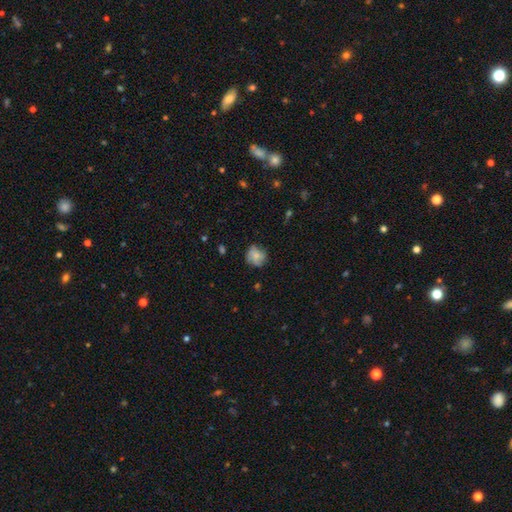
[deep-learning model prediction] Q: Smooth or featured?
A: smooth (58%); runner-up: featured or disk (33%)
Q: How rounded?
A: round (76%); runner-up: in between (23%)
Q: Merging?
A: none (66%); runner-up: minor disturbance (24%)